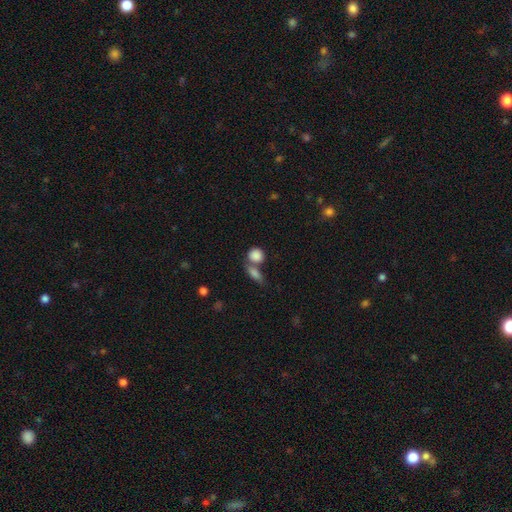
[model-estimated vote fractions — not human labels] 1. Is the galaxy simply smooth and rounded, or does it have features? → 86% smooth, 8% star or artifact, 6% featured or disk.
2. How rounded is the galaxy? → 67% round, 30% in between, 3% cigar-shaped.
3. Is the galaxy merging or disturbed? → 44% none, 42% merger, 10% minor disturbance, 4% major disturbance.